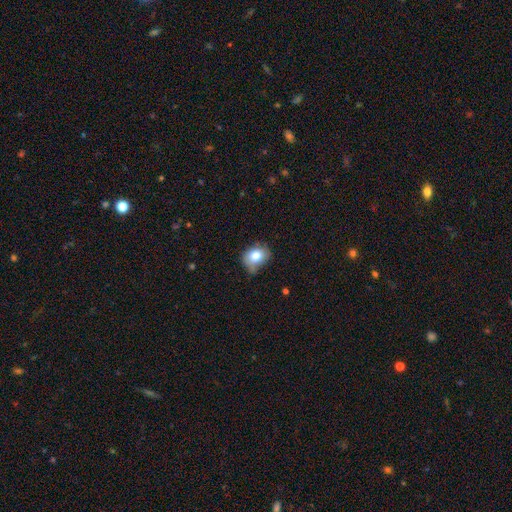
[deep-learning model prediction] Smooth or featured?
  - smooth: 78% *
  - featured or disk: 13%
  - star or artifact: 9%
How rounded?
  - in between: 55% *
  - round: 44%
  - cigar-shaped: 1%
Merging?
  - none: 50% *
  - minor disturbance: 38%
  - major disturbance: 10%
  - merger: 3%